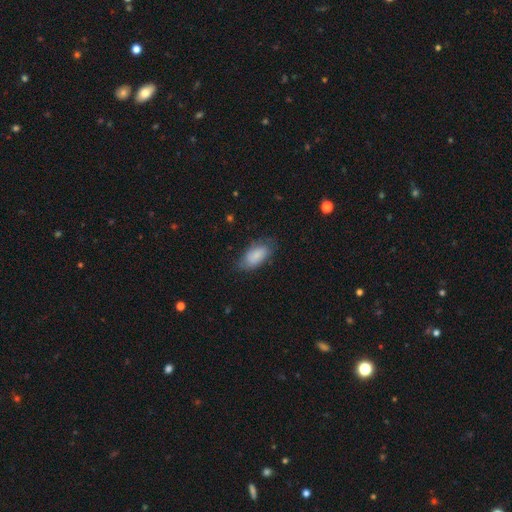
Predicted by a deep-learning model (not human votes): Smooth or featured?
  - smooth: 81% *
  - featured or disk: 13%
  - star or artifact: 6%
How rounded?
  - in between: 93% *
  - cigar-shaped: 4%
  - round: 3%
Merging?
  - none: 69% *
  - minor disturbance: 23%
  - major disturbance: 7%
  - merger: 1%